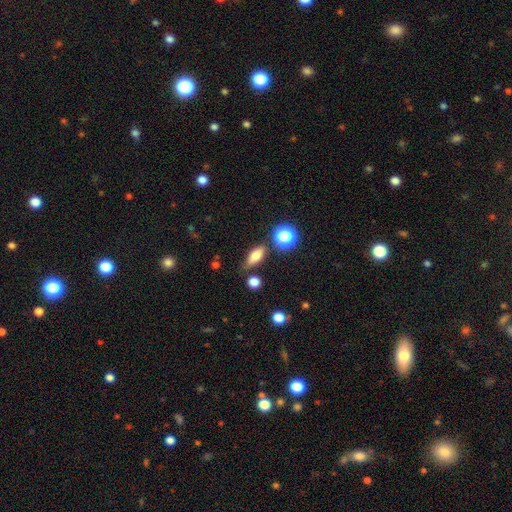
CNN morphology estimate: The model was most divided on "how rounded": in between: 68%, cigar-shaped: 21%, round: 10%. More confident: smooth or featured — smooth (72%); merging — none (69%).